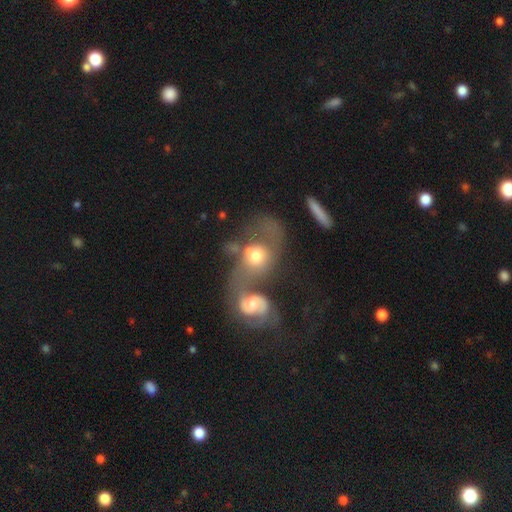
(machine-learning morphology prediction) Overall: featured or disk (55%; smooth 37%). Edge-on disk: no (95%). Bar: no (65%; weak 28%). Spiral arms: yes (73%). Bulge size: moderate (62%). Merging: merger (69%).